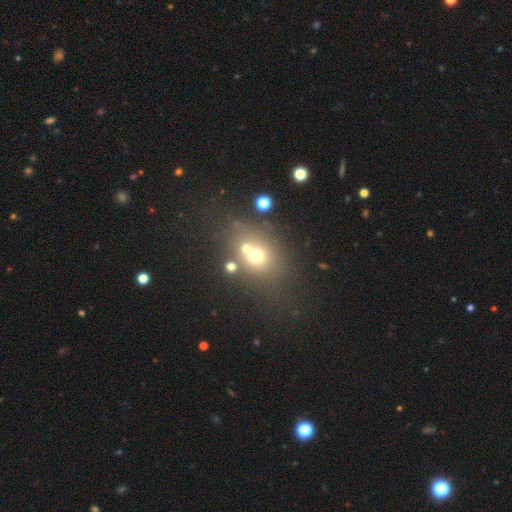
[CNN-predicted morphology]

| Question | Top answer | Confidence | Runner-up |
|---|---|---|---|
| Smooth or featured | smooth | 61% | star or artifact (20%) |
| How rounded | round | 58% | in between (41%) |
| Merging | none | 51% | merger (32%) |